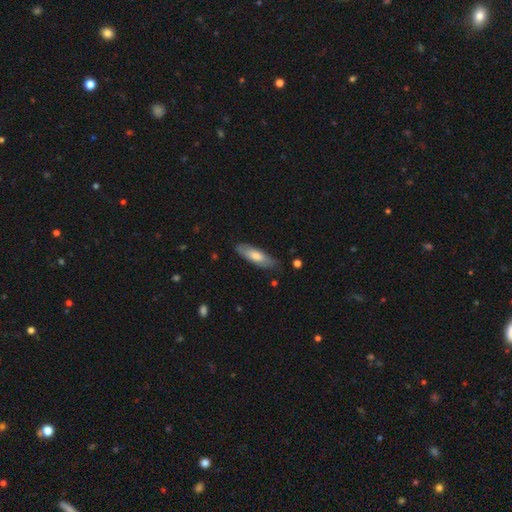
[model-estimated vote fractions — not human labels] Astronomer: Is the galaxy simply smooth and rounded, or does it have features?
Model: smooth — 67%.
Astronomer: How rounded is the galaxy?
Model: cigar-shaped — 50% (runner-up: in between, 48%).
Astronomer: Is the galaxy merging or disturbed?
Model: none — 79%.